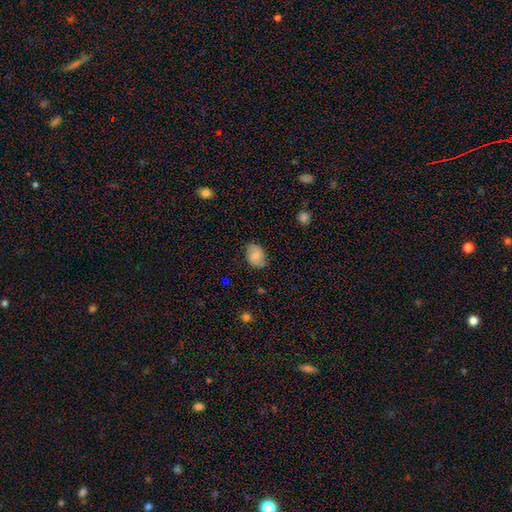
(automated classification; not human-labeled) smooth 68%, featured or disk 24%, star or artifact 8%. Down the decision tree: how rounded — in between (69%); merging — none (74%).